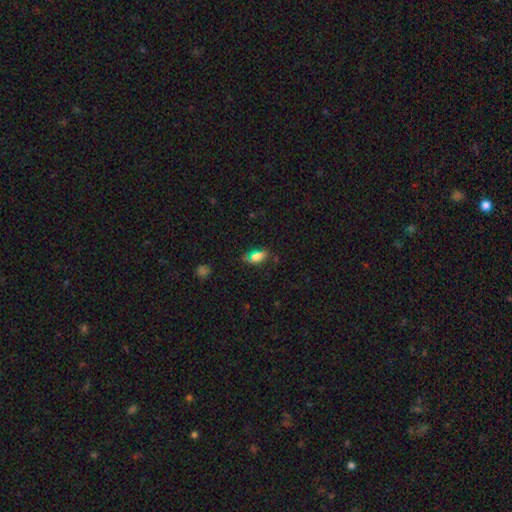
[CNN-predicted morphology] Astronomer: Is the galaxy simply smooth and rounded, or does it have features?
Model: smooth — 69%.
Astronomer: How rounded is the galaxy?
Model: in between — 86%.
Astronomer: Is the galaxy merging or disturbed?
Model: none — 73%.